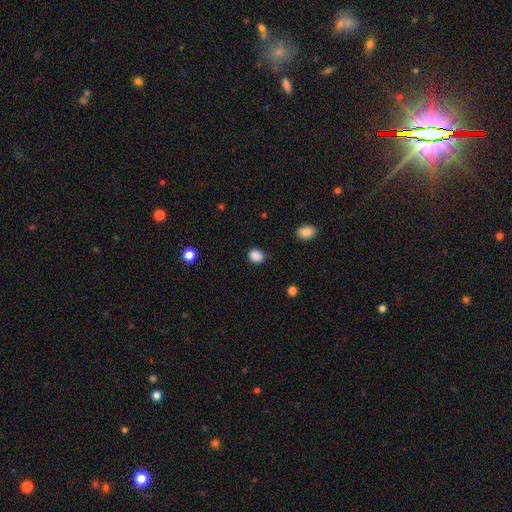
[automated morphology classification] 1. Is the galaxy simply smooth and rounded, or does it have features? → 88% smooth, 10% star or artifact, 3% featured or disk.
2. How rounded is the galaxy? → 58% round, 41% in between, 1% cigar-shaped.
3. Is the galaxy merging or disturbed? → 85% none, 11% minor disturbance, 3% major disturbance, 1% merger.